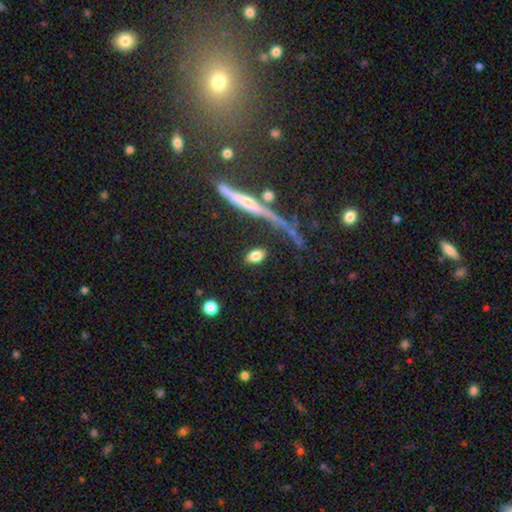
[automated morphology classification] smooth-or-featured: smooth: 81% | featured or disk: 12% | star or artifact: 8%
  how-rounded: in between: 85% | round: 9% | cigar-shaped: 6%
  merging: none: 81% | minor disturbance: 10% | merger: 4% | major disturbance: 4%